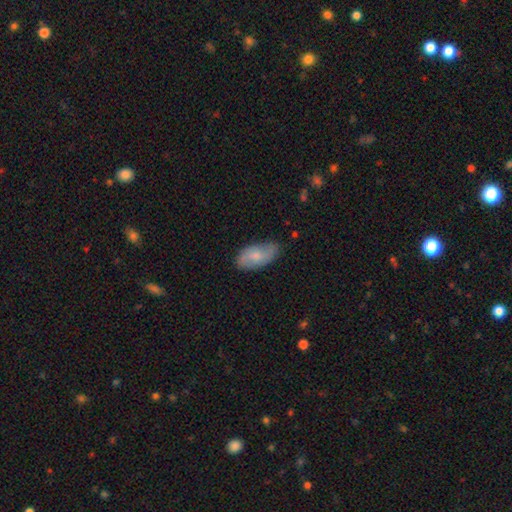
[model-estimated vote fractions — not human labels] A smooth galaxy with no disk features (64%) that is in between round and cigar-shaped (93%). Merging: none (71%).